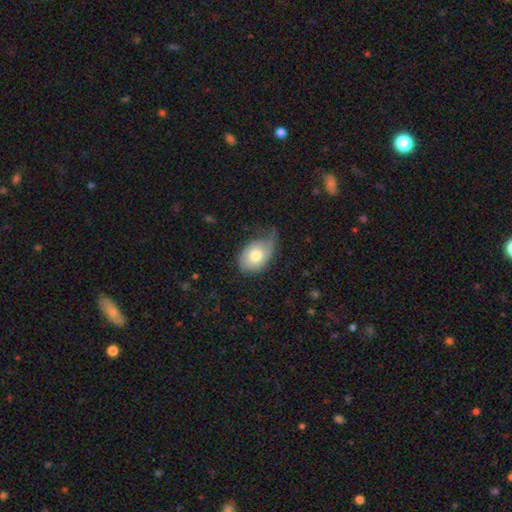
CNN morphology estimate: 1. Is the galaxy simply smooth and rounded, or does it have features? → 70% smooth, 24% featured or disk, 6% star or artifact.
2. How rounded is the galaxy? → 77% in between, 21% round, 1% cigar-shaped.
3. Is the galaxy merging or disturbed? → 42% minor disturbance, 33% none, 23% major disturbance, 2% merger.